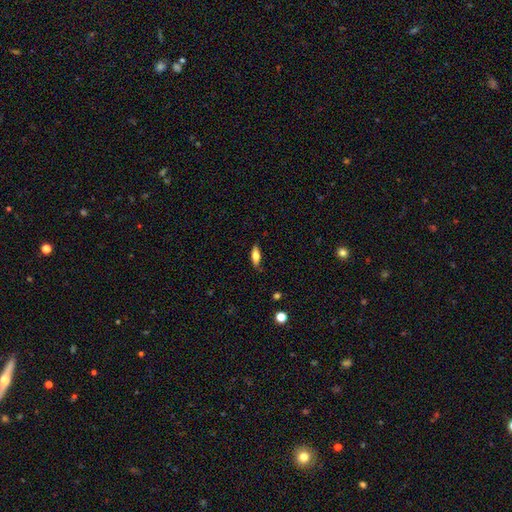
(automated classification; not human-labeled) Smooth or featured? Predicted: smooth (p=0.70). How rounded? Predicted: in between (p=0.61). Merging? Predicted: none (p=0.82).